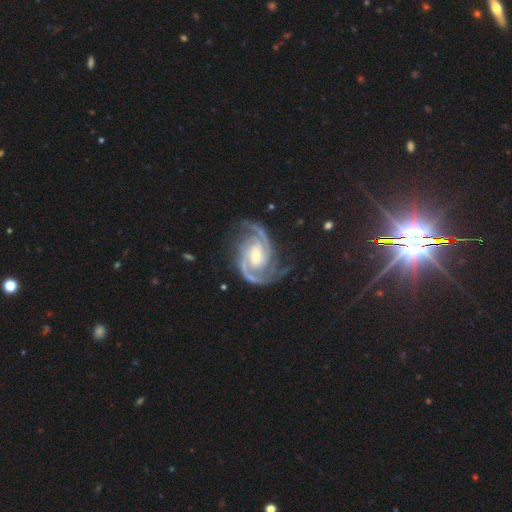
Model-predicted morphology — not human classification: A featured or disk galaxy (93%) with no bar (43%), 2 (70%) medium (49%) spiral arms (99%) and a moderate central bulge (50%). Merging: none (73%).